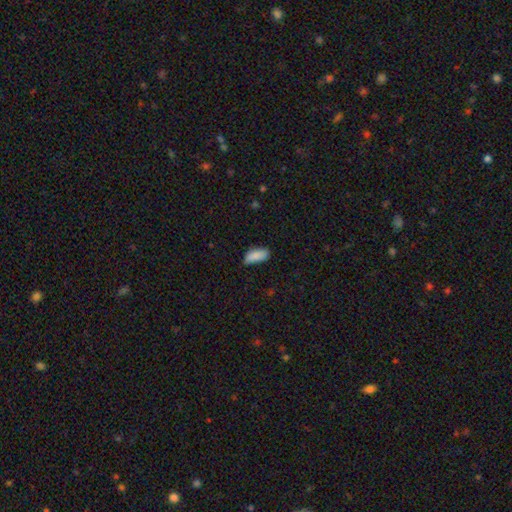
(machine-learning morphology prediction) smooth_or_featured: smooth (p=0.87) [alt: star or artifact p=0.07]
how_rounded: in between (p=0.86) [alt: cigar-shaped p=0.12]
merging: none (p=0.61) [alt: minor disturbance p=0.32]